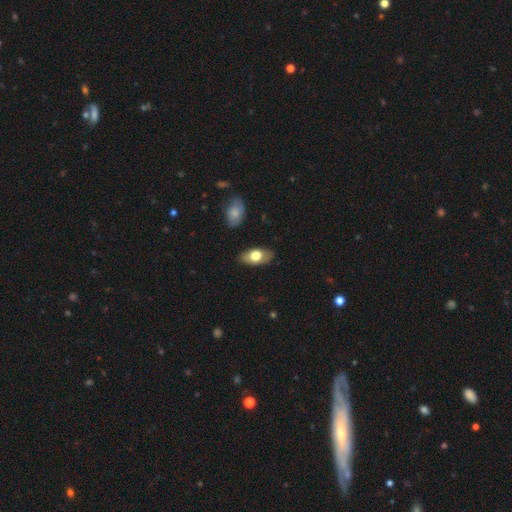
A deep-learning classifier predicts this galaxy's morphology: smooth_or_featured: smooth (p=0.68) [alt: featured or disk p=0.26]
how_rounded: in between (p=0.92) [alt: round p=0.04]
merging: none (p=0.85) [alt: minor disturbance p=0.12]